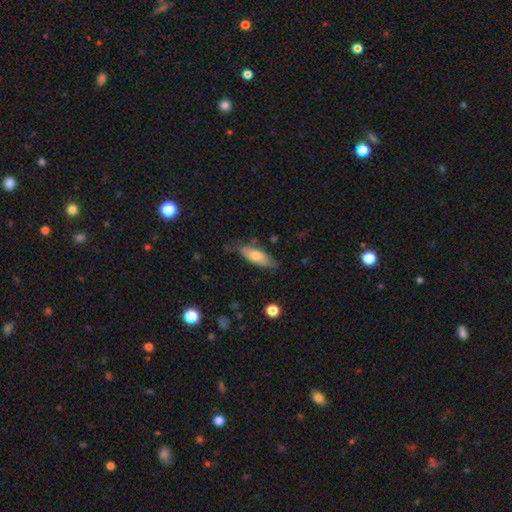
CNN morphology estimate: A smooth galaxy with no disk features (64%) that is in between round and cigar-shaped (64%).

Vote fractions:
- Smooth or featured? smooth: 64% / featured or disk: 30% / star or artifact: 6%
- How rounded? in between: 64% / cigar-shaped: 34% / round: 2%
- Merging? none: 65% / minor disturbance: 26% / major disturbance: 6% / merger: 3%